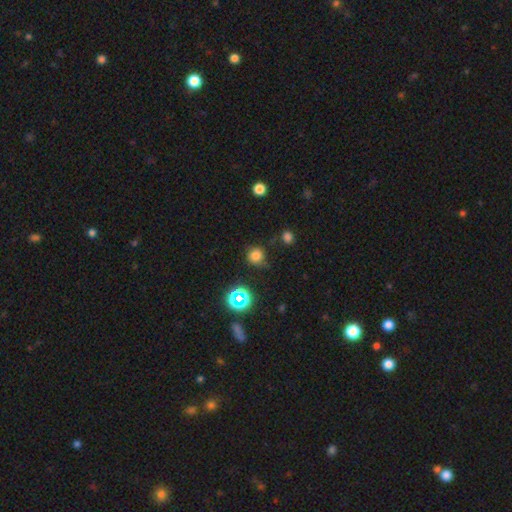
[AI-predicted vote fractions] smooth-or-featured: smooth: 75% | star or artifact: 19% | featured or disk: 6%
  how-rounded: round: 90% | in between: 9% | cigar-shaped: 1%
  merging: none: 70% | minor disturbance: 20% | major disturbance: 7% | merger: 4%